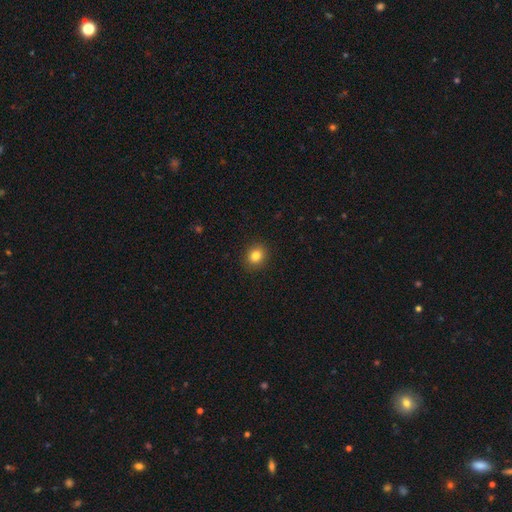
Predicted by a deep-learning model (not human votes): This appears to be a smooth galaxy with no disk features (83%) that is round (75%). Merging: none (91%).